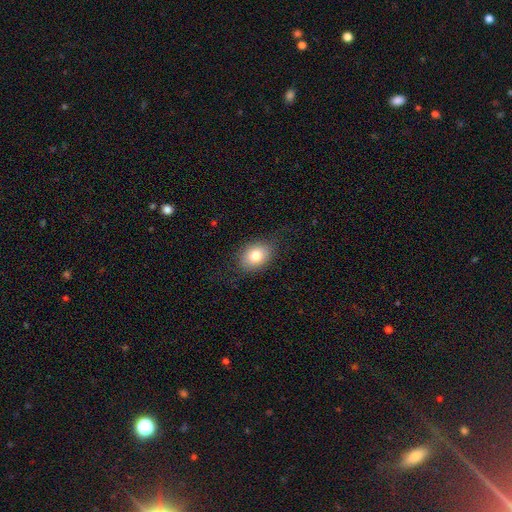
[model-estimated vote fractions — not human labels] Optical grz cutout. It shows a smooth galaxy with no disk features (78%) that is in between round and cigar-shaped (66%). Merging: none (76%).